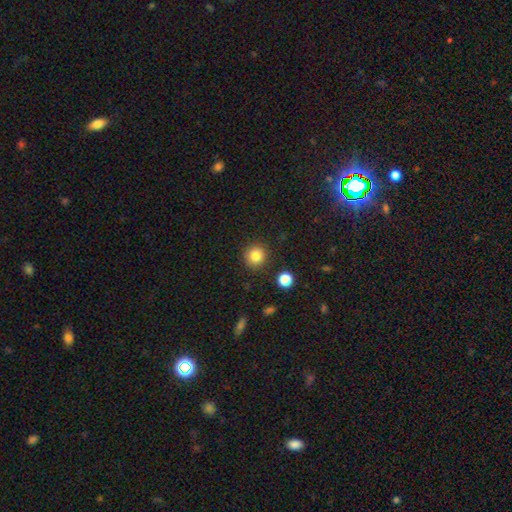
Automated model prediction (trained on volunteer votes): Smooth or featured: smooth — 83% (star or artifact — 11%)
How rounded: round — 93% (in between — 6%)
Merging: none — 90% (minor disturbance — 6%)